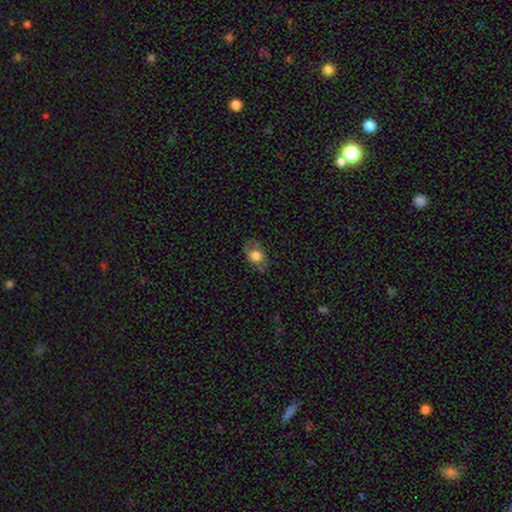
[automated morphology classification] type=smooth (60%); roundness=in between (84%); merging=none (75%).